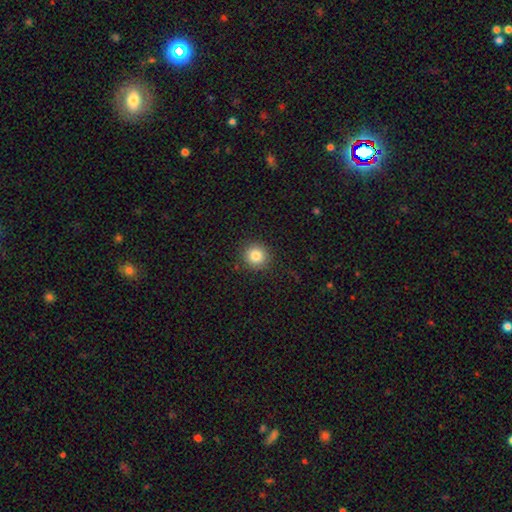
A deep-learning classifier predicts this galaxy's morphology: This appears to be a smooth galaxy with no disk features (83%) that is round (93%). Merging: none (90%).